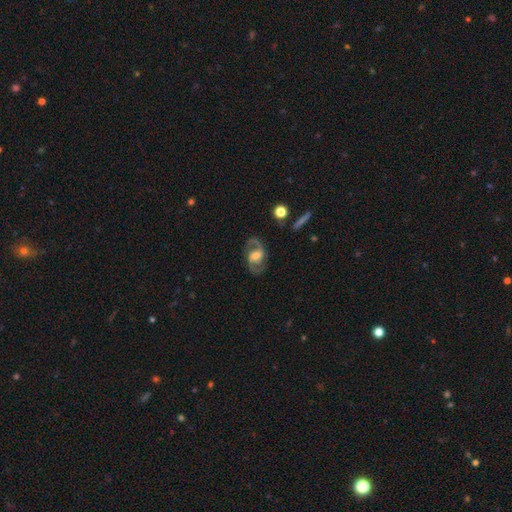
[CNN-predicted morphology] Overall: featured or disk (85%). Edge-on disk: no (97%). Bar: weak (49%; no 29%). Spiral arms: yes (95%). Spiral arm count: 2 (92%). Spiral winding: medium (58%; loose 25%). Bulge size: moderate (45%; large 26%). Merging: none (80%).